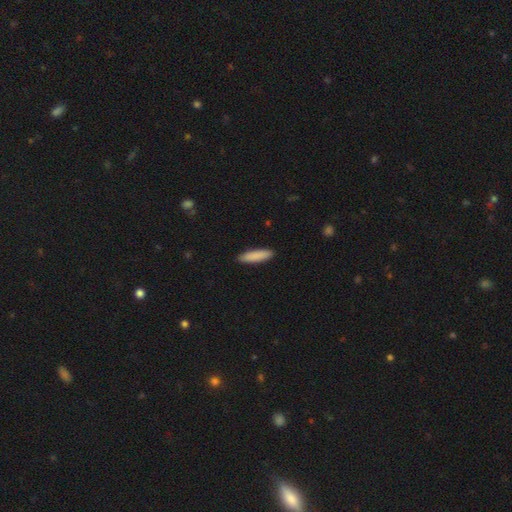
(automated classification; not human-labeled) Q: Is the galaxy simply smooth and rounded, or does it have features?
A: smooth — 88%.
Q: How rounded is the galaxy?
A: cigar-shaped — 73%.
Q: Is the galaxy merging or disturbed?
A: none — 90%.